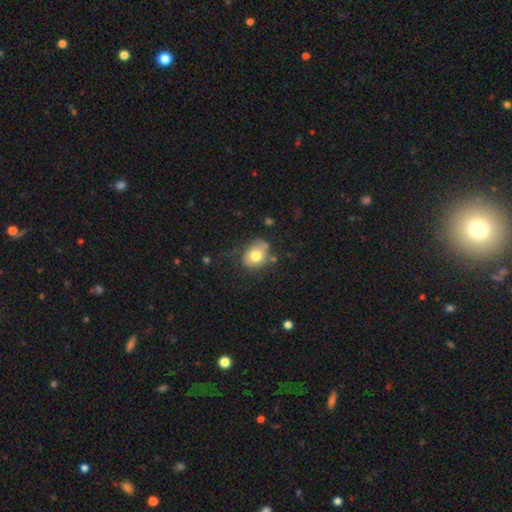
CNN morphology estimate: Smooth or featured? smooth (74%)
How rounded? in between (55%)
Merging? none (58%)